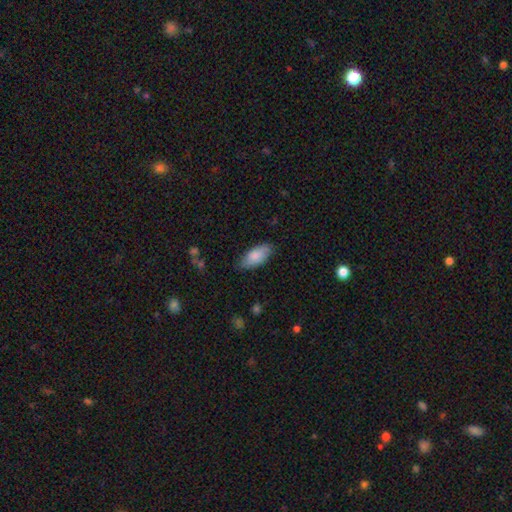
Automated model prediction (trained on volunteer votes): smooth_or_featured: smooth (p=0.84) [alt: featured or disk p=0.10]
how_rounded: in between (p=0.89) [alt: cigar-shaped p=0.09]
merging: none (p=0.80) [alt: minor disturbance p=0.16]